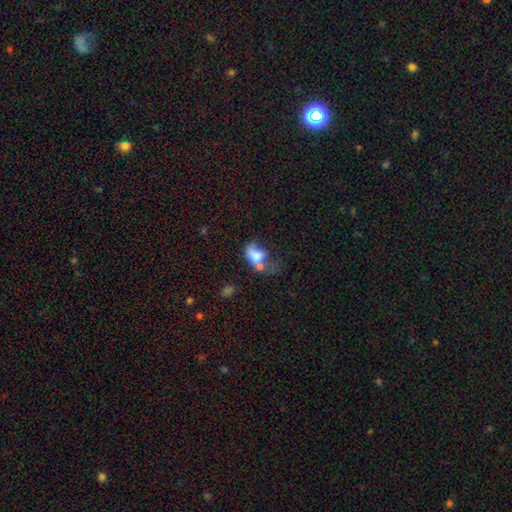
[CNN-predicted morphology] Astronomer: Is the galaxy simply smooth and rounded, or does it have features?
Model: smooth — 65%.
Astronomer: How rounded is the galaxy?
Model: in between — 82%.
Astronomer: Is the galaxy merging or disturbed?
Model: merger — 39% (runner-up: major disturbance, 34%).